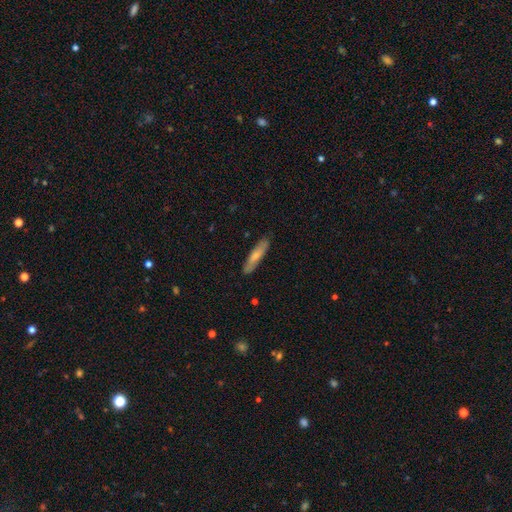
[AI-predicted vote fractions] Morphology: type=smooth (67%); roundness=cigar-shaped (83%); merging=none (87%).